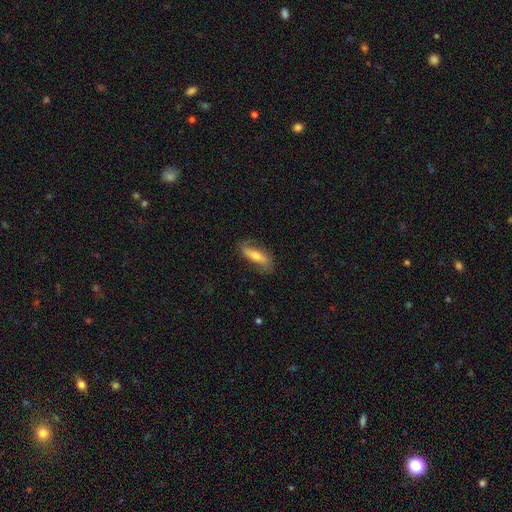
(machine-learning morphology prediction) Smooth or featured? Predicted: featured or disk (p=0.54). Edge-on disk? Predicted: no (p=0.75). Merging? Predicted: none (p=0.74).